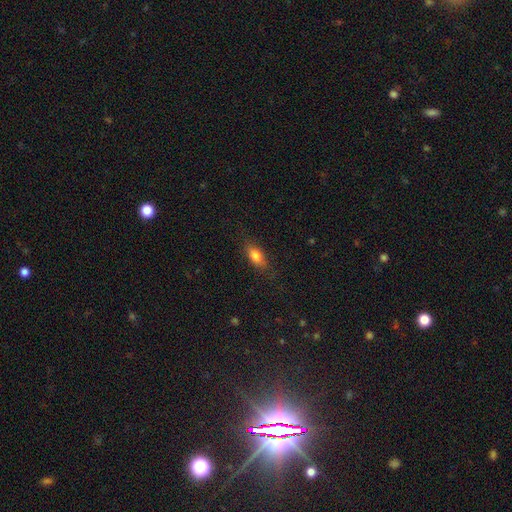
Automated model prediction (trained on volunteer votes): This appears to be a smooth galaxy with no disk features (79%) that is in between round and cigar-shaped (81%). Merging: none (80%).